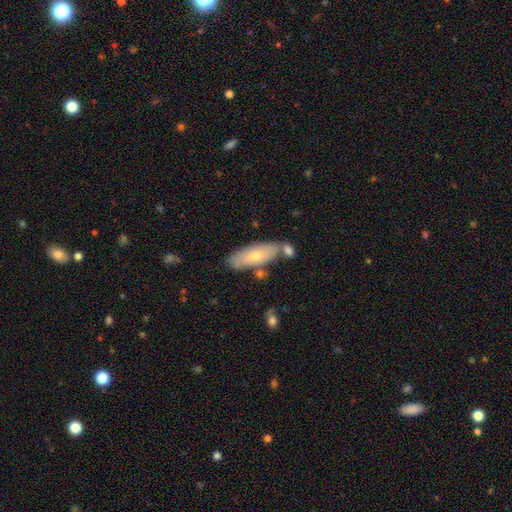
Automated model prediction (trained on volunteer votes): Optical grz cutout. It shows a smooth galaxy with no disk features (64%) that is in between round and cigar-shaped (68%). Merging: none (66%).